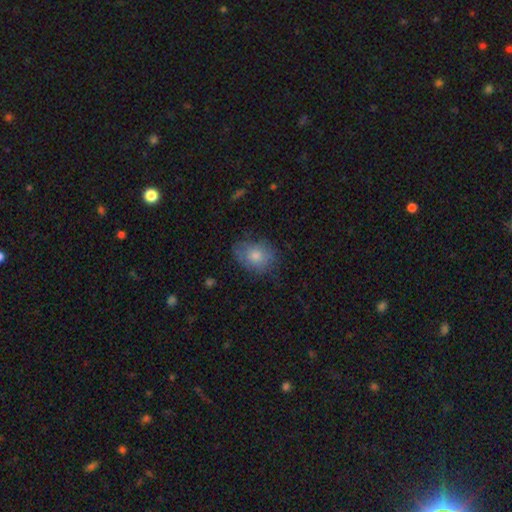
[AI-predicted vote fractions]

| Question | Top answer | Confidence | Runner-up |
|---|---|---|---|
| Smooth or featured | smooth | 71% | featured or disk (20%) |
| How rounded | in between | 59% | round (40%) |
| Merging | none | 67% | minor disturbance (25%) |